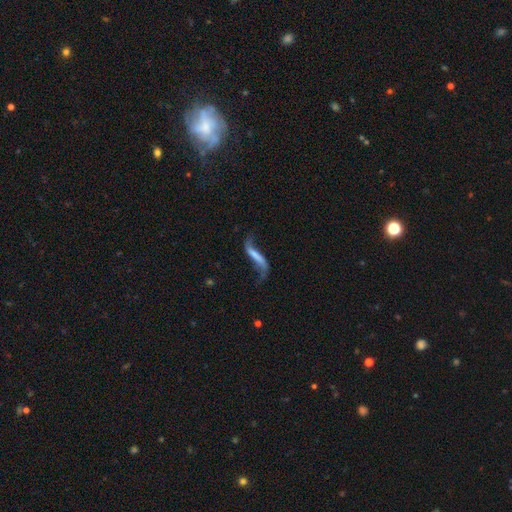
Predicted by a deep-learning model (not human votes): Smooth or featured? featured or disk (70%)
Edge-on disk? no (80%)
Bar? strong (48%)
Spiral arms? yes (85%)
Bulge size? none (60%)
Merging? none (49%)